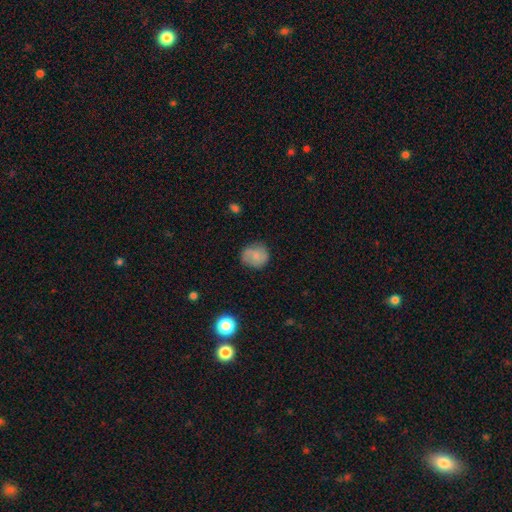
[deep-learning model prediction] Smooth or featured: smooth — 74% (featured or disk — 17%)
How rounded: round — 81% (in between — 18%)
Merging: none — 73% (minor disturbance — 20%)